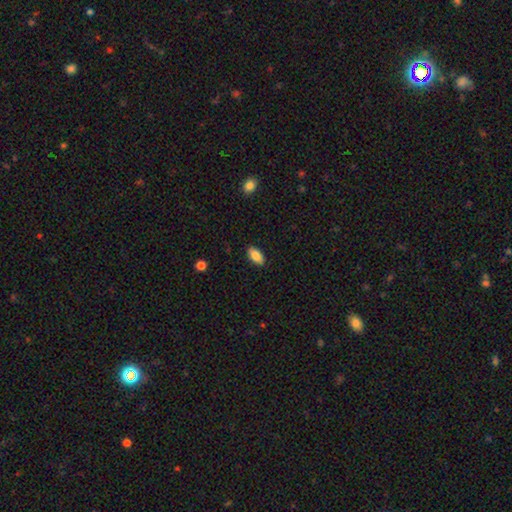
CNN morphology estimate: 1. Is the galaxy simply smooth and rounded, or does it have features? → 86% smooth, 7% star or artifact, 7% featured or disk.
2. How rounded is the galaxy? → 92% in between, 5% cigar-shaped, 3% round.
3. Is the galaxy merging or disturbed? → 89% none, 8% minor disturbance, 2% major disturbance, 1% merger.